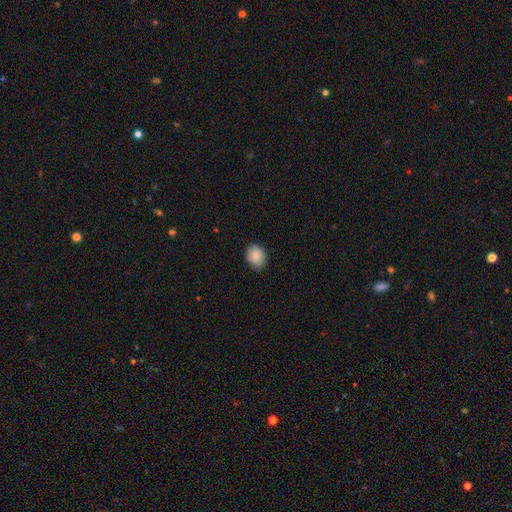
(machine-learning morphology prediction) smooth_or_featured: smooth (p=0.87) [alt: star or artifact p=0.08]
how_rounded: round (p=0.53) [alt: in between p=0.46]
merging: none (p=0.87) [alt: minor disturbance p=0.10]